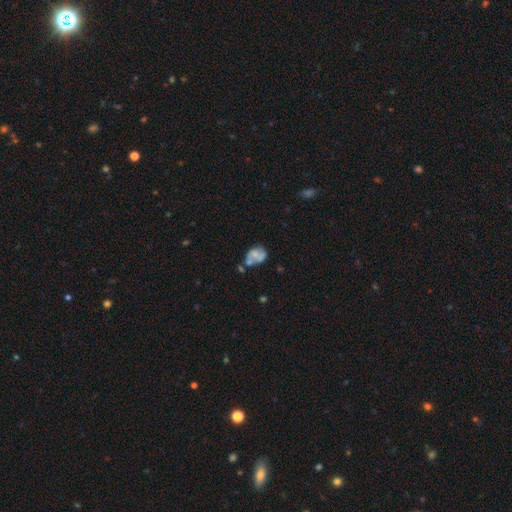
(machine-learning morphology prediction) Smooth or featured?
  - featured or disk: 47% *
  - smooth: 43%
  - star or artifact: 10%
Merging?
  - merger: 32% *
  - none: 31%
  - minor disturbance: 22%
  - major disturbance: 16%